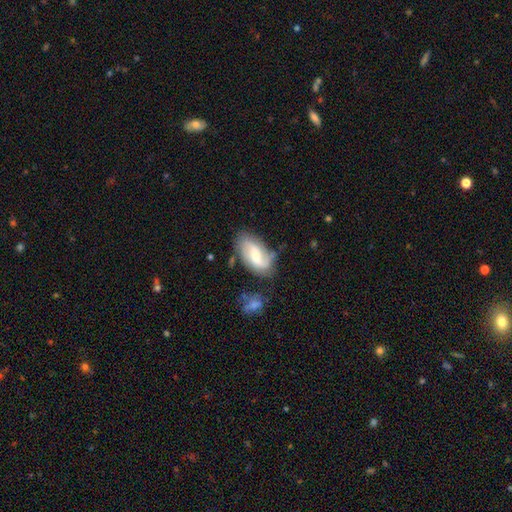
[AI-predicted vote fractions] Morphology: type=featured or disk (63%); edge-on=no (95%); bar=weak (50%); spiral arms=yes (87%); winding=loose (51%); arm count=2 (77%); bulge=moderate (47%); merging=none (60%).